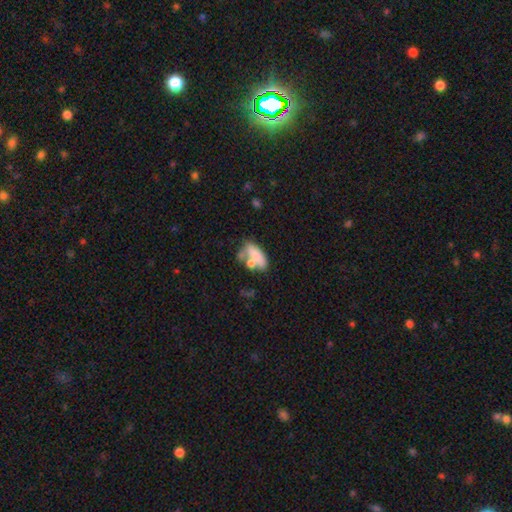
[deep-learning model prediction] This appears to be a smooth galaxy with no disk features (69%) that is in between round and cigar-shaped (80%). Merging: merger (36%).